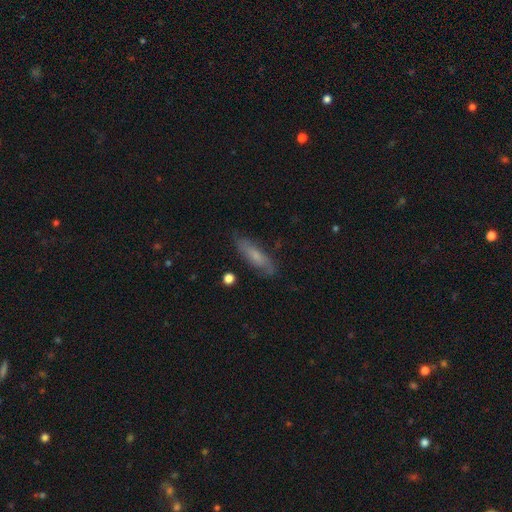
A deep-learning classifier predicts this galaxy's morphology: The model was most divided on "smooth or featured": smooth: 53%, featured or disk: 39%, star or artifact: 8%. More confident: merging — none (77%); how rounded — cigar-shaped (59%).